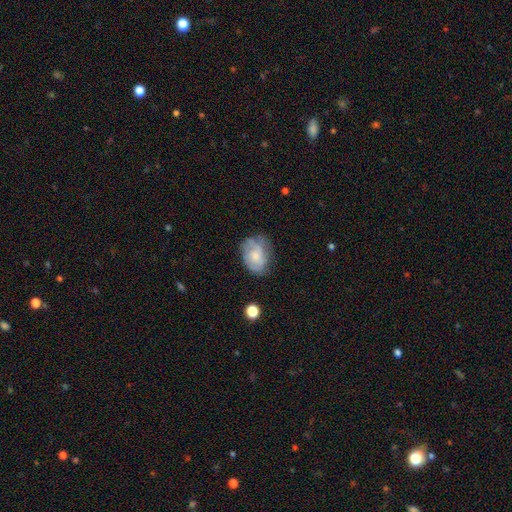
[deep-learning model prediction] Smooth or featured? Predicted: smooth (p=0.49). Merging? Predicted: none (p=0.56).